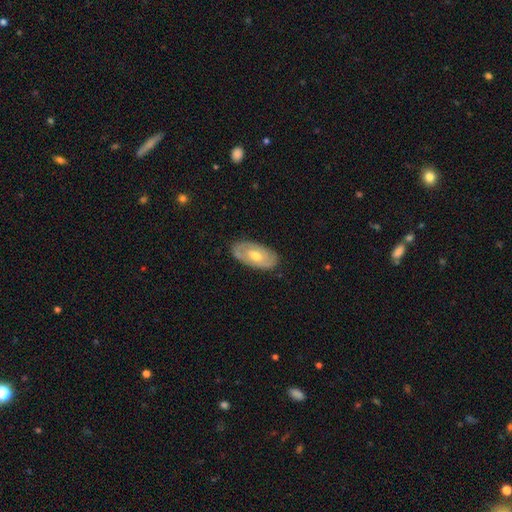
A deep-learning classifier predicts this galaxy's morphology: A featured or disk galaxy (62%) with no bar (54%), spiral arms (54%) and a moderate central bulge (71%). Merging: none (84%).